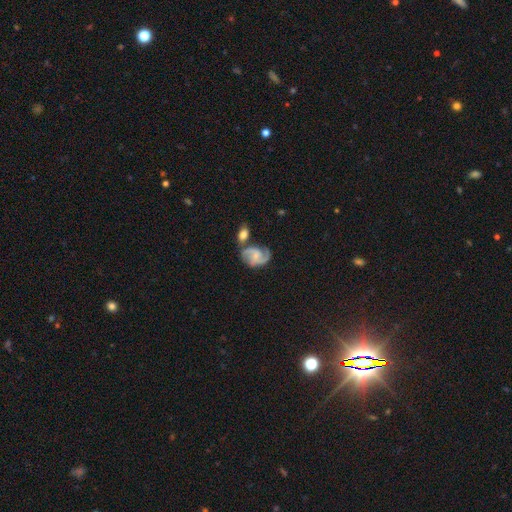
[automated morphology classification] Smooth or featured? Predicted: featured or disk (p=0.79). Edge-on disk? Predicted: no (p=0.98). Bar? Predicted: no (p=0.56). Spiral arms? Predicted: yes (p=0.95). Spiral winding? Predicted: medium (p=0.51). Spiral arm count? Predicted: 2 (p=0.79). Bulge size? Predicted: small (p=0.62). Merging? Predicted: none (p=0.48).